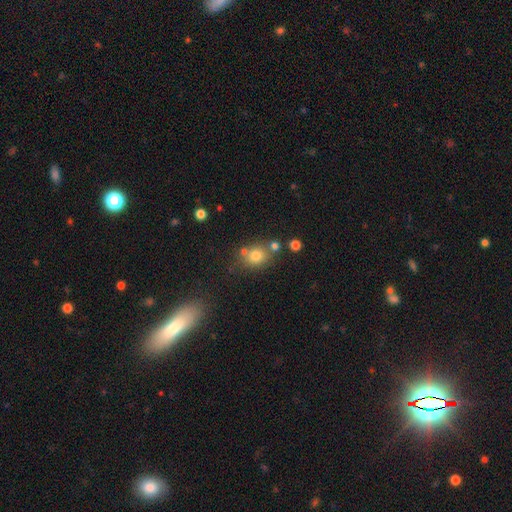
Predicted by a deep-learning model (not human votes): This is likely a smooth galaxy (76%). How rounded: likely round (64%). Merging: likely none (64%).